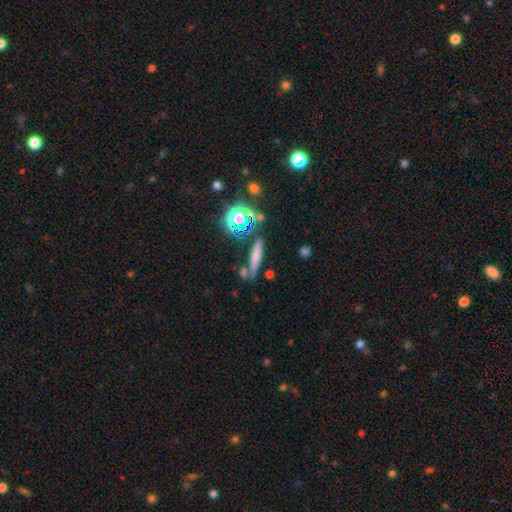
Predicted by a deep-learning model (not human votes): Smooth or featured: smooth — 61% (featured or disk — 21%)
How rounded: cigar-shaped — 83% (in between — 11%)
Merging: none — 76% (minor disturbance — 12%)